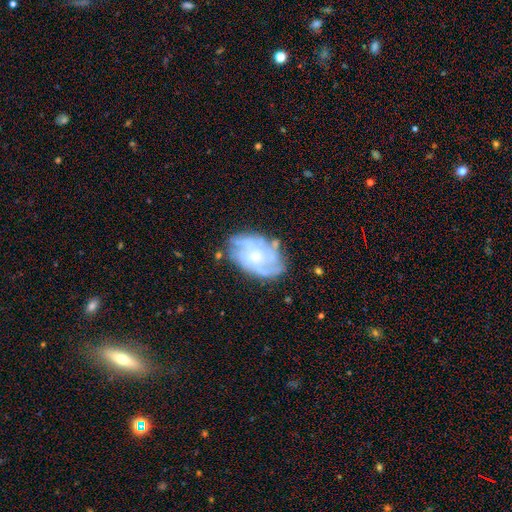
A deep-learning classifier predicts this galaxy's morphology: type=featured or disk (73%); edge-on=no (97%); bar=no (69%); spiral arms=yes (79%); winding=tight (46%); arm count=can't tell (45%); bulge=small (42%); merging=none (67%).